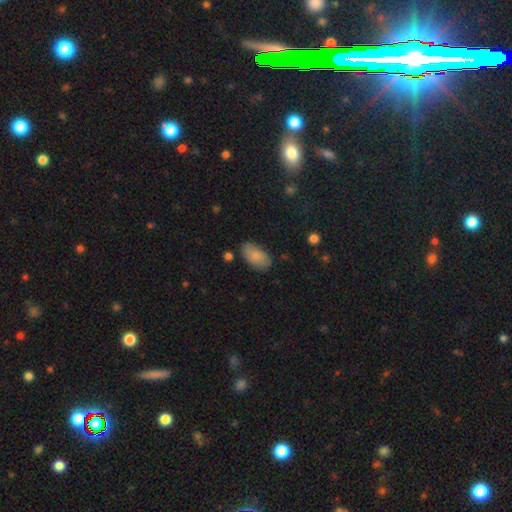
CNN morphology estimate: This appears to be a smooth galaxy with no disk features (82%) that is in between round and cigar-shaped (94%). Merging: none (79%).